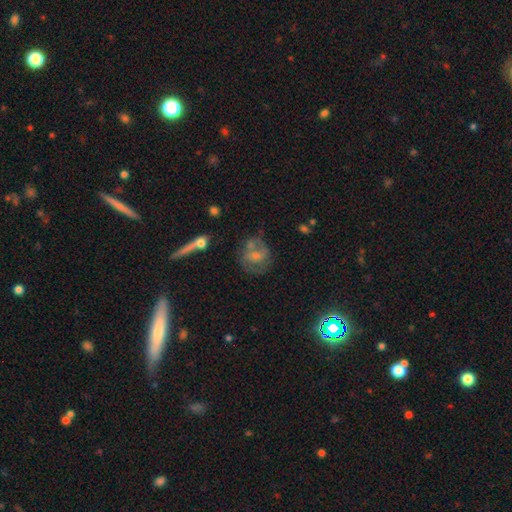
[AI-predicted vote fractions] Overall: featured or disk (57%; smooth 33%). Edge-on disk: no (95%). Bar: no (53%; weak 35%). Spiral arms: yes (65%; no 35%). Bulge size: small (52%; moderate 36%). Merging: none (54%; minor disturbance 20%).